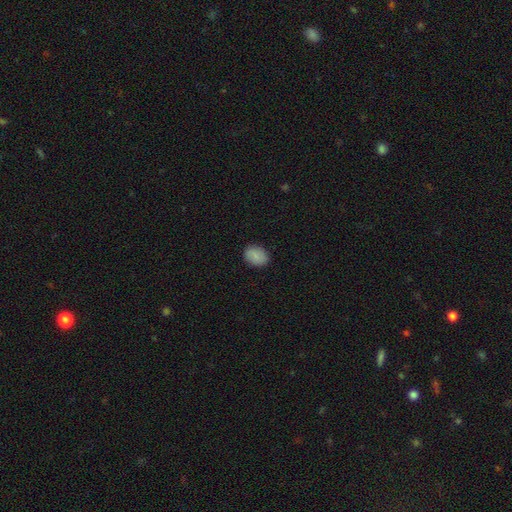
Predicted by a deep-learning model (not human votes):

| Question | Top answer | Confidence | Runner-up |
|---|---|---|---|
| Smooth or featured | smooth | 86% | star or artifact (8%) |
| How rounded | in between | 64% | round (35%) |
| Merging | none | 87% | minor disturbance (9%) |